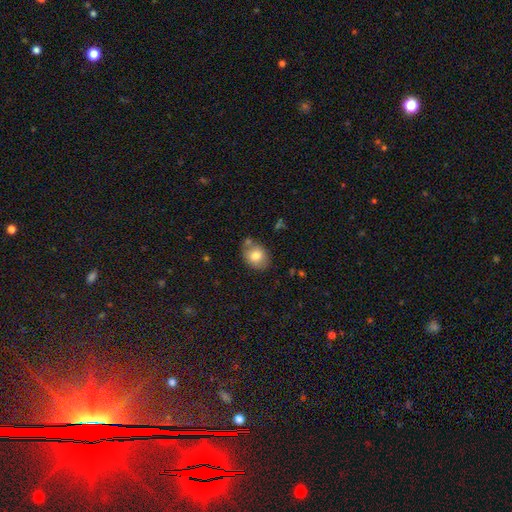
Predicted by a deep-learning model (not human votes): Overall: smooth (78%). How rounded: in between (61%; round 38%). Merging: none (70%).